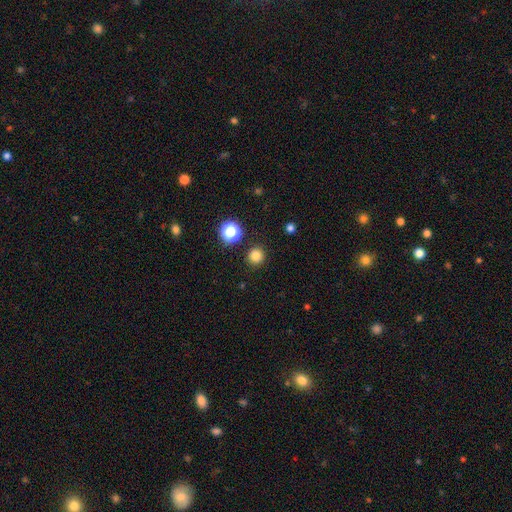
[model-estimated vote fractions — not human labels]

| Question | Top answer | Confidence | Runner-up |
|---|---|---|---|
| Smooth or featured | smooth | 81% | star or artifact (15%) |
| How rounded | round | 95% | in between (4%) |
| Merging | none | 91% | minor disturbance (5%) |